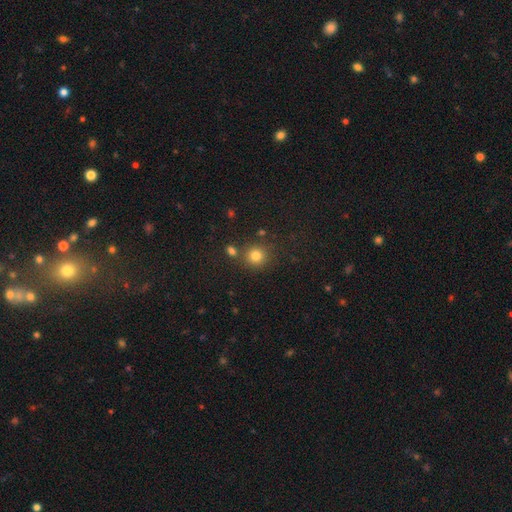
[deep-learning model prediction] smooth-or-featured: smooth: 81% | star or artifact: 14% | featured or disk: 6%
  how-rounded: round: 90% | in between: 9% | cigar-shaped: 1%
  merging: none: 76% | merger: 11% | minor disturbance: 9% | major disturbance: 3%